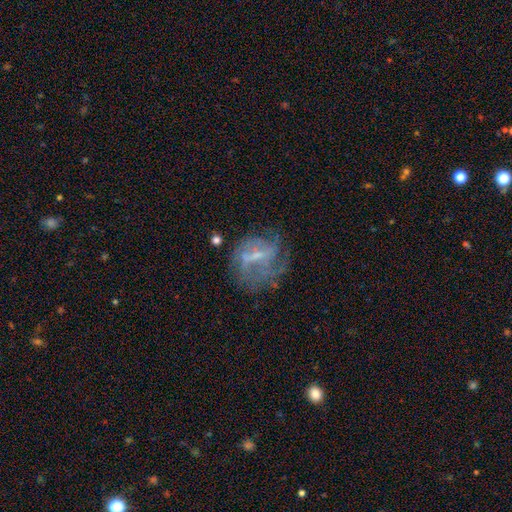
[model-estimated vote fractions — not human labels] This is likely a featured or disk galaxy (68%). It is clearly not viewed edge-on (96%). Bar: possibly weak (48%). Spiral arm pattern: likely yes (61%). Central bulge: possibly small (53%). Merging: possibly none (49%).